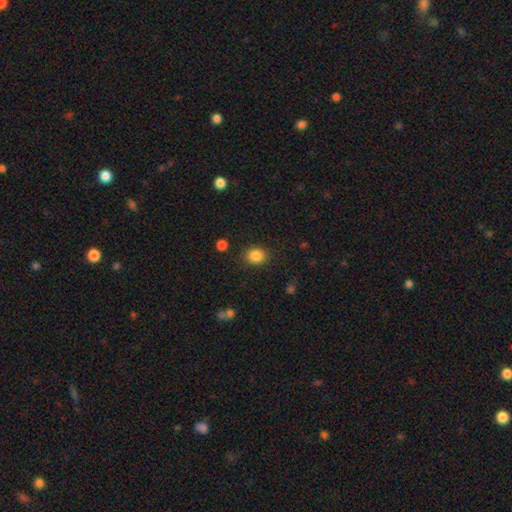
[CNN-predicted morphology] Q: Smooth or featured?
A: smooth (85%); runner-up: star or artifact (10%)
Q: How rounded?
A: round (70%); runner-up: in between (29%)
Q: Merging?
A: none (85%); runner-up: minor disturbance (10%)